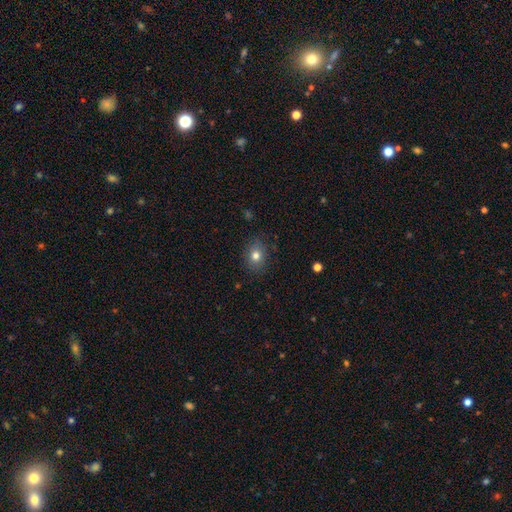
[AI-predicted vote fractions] A smooth galaxy with no disk features (78%) that is round (52%). Merging: none (83%).